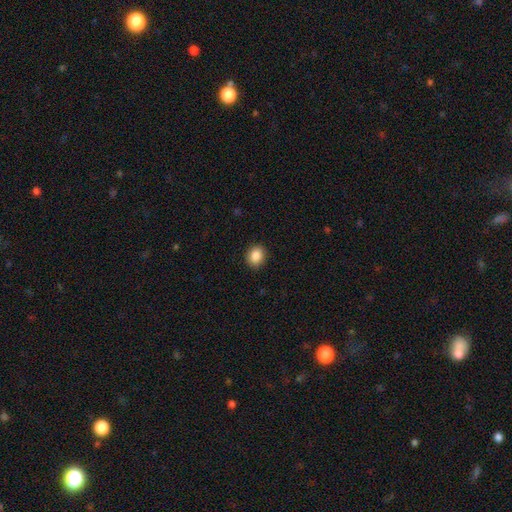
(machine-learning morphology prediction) smooth-or-featured: smooth: 87% | star or artifact: 9% | featured or disk: 4%
  how-rounded: round: 63% | in between: 36% | cigar-shaped: 1%
  merging: none: 91% | minor disturbance: 7% | major disturbance: 2% | merger: 1%